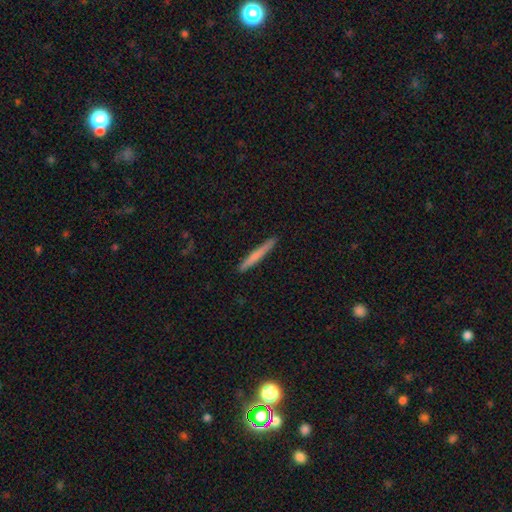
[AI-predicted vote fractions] Smooth or featured: smooth — 66% (featured or disk — 29%)
How rounded: cigar-shaped — 96% (in between — 2%)
Merging: none — 91% (minor disturbance — 7%)